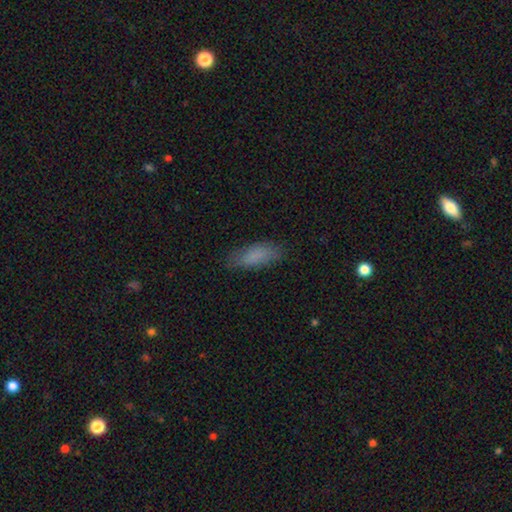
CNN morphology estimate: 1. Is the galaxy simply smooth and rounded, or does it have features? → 83% smooth, 9% featured or disk, 8% star or artifact.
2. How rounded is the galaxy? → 67% in between, 31% cigar-shaped, 2% round.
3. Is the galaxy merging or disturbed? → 79% none, 16% minor disturbance, 4% major disturbance, 1% merger.